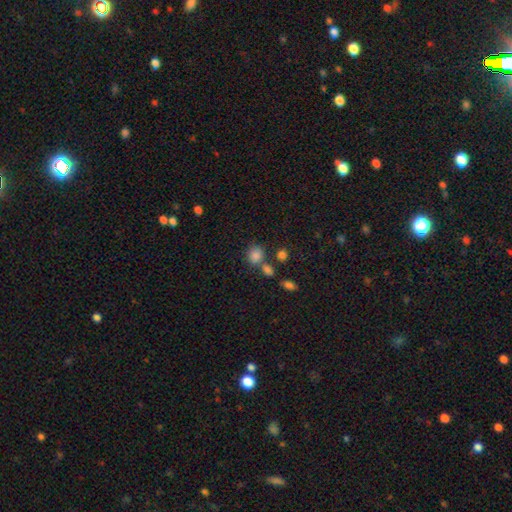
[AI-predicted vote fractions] smooth-or-featured: smooth: 83% | star or artifact: 11% | featured or disk: 6%
  how-rounded: round: 60% | in between: 38% | cigar-shaped: 1%
  merging: none: 57% | merger: 24% | minor disturbance: 13% | major disturbance: 6%